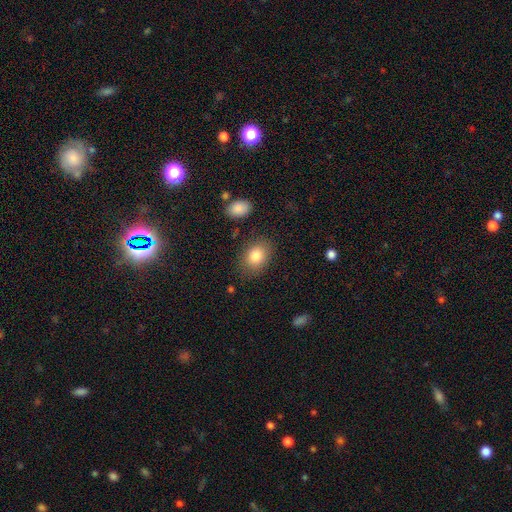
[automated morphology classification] smooth-or-featured: smooth: 82% | star or artifact: 9% | featured or disk: 9%
  how-rounded: in between: 69% | round: 30% | cigar-shaped: 1%
  merging: none: 82% | minor disturbance: 12% | major disturbance: 4% | merger: 2%